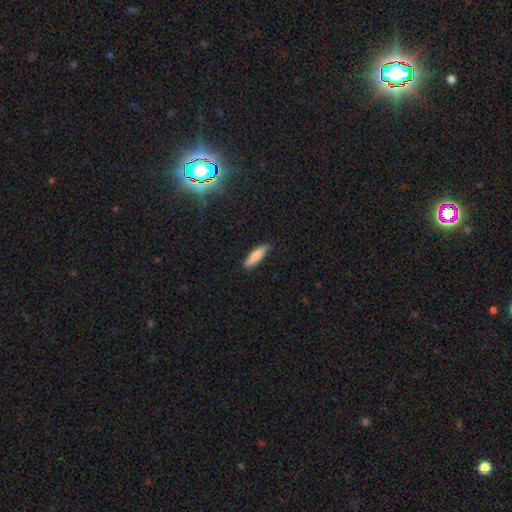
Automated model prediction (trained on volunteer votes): A smooth galaxy with no disk features (83%) that is cigar-shaped (66%). Merging: none (87%).